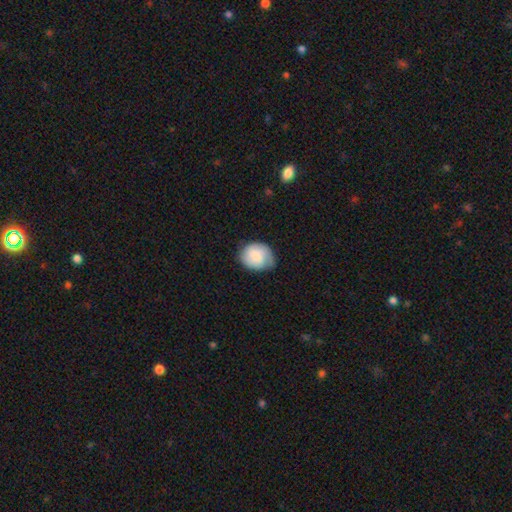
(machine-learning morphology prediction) type=smooth (65%); roundness=round (58%); merging=none (63%).